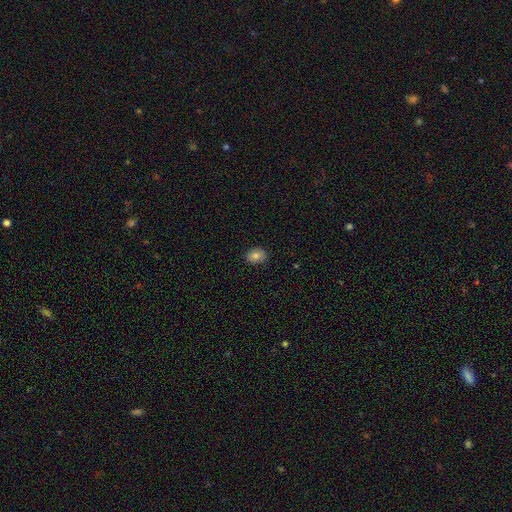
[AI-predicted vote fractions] A smooth galaxy with no disk features (81%) that is in between round and cigar-shaped (59%). Merging: none (88%).